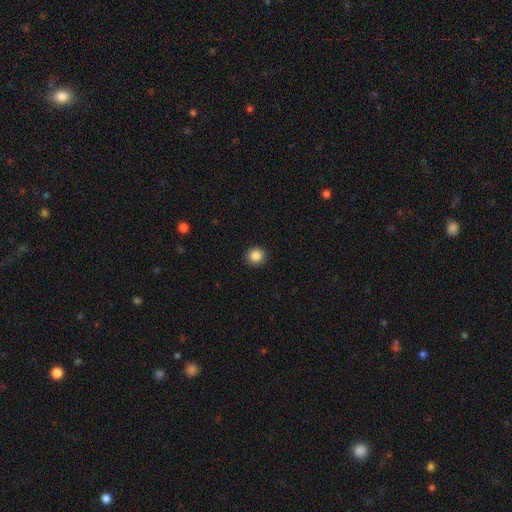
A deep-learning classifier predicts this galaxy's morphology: smooth 87%, star or artifact 9%, featured or disk 4%. Down the decision tree: how rounded — round (93%); merging — none (92%).